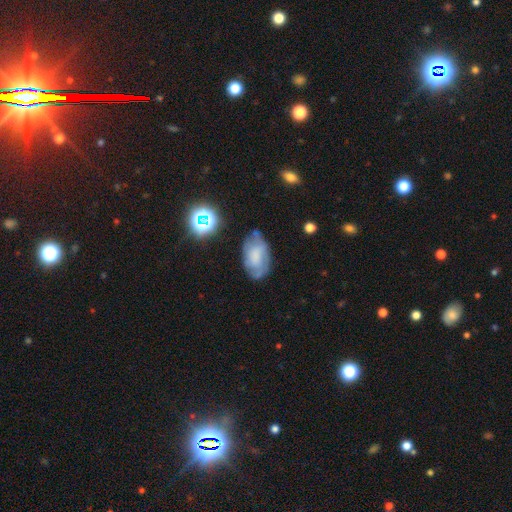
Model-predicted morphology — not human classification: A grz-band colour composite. It shows a smooth galaxy with no disk features (45%). Merging: none (61%).